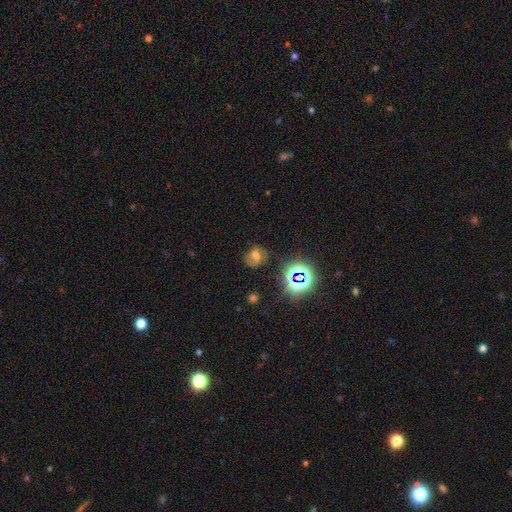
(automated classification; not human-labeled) A smooth galaxy with no disk features (37%). Merging: none (64%).